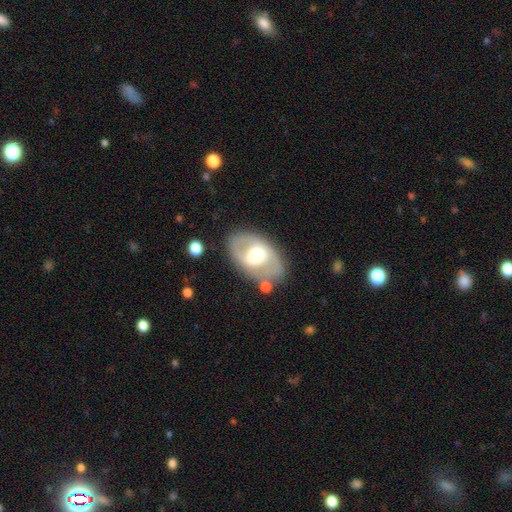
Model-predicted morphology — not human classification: This is likely a featured or disk galaxy (63%). It is clearly not viewed edge-on (93%). Bar: marginally no (45%). Spiral arm pattern: possibly yes (52%). Central bulge: likely moderate (61%). Merging: likely none (73%).